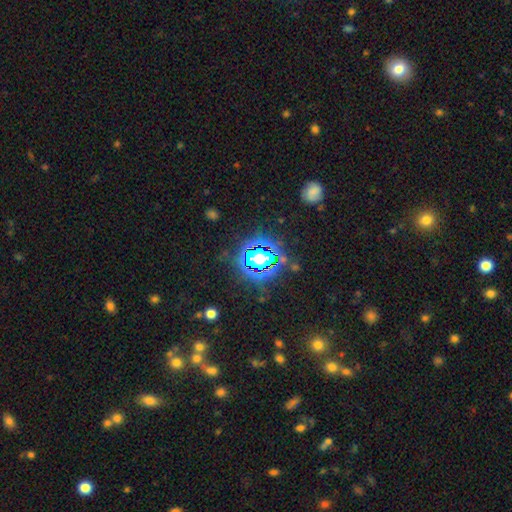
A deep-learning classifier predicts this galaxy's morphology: A star or artifact, not a galaxy (76%).

Vote fractions:
- Smooth or featured? star or artifact: 76% / smooth: 14% / featured or disk: 10%